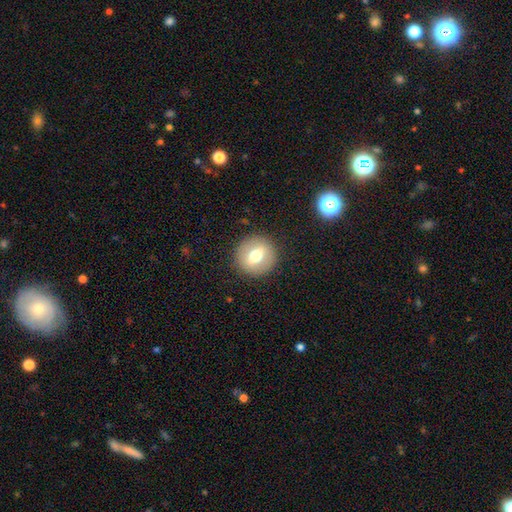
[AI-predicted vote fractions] Smooth or featured? smooth (61%)
How rounded? round (90%)
Merging? none (89%)